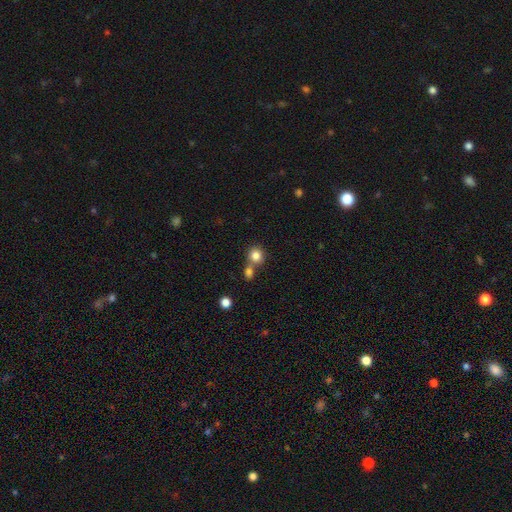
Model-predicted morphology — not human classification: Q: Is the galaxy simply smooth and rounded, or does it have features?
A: smooth — 82%.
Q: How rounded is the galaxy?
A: round — 85%.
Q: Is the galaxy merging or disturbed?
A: none — 53%.